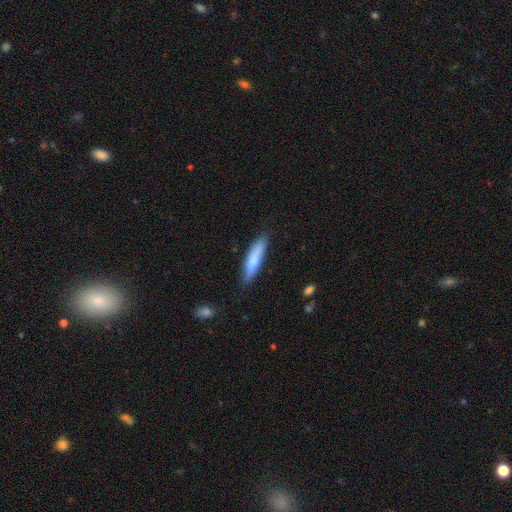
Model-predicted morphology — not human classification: type=smooth (73%); roundness=cigar-shaped (78%); merging=none (82%).